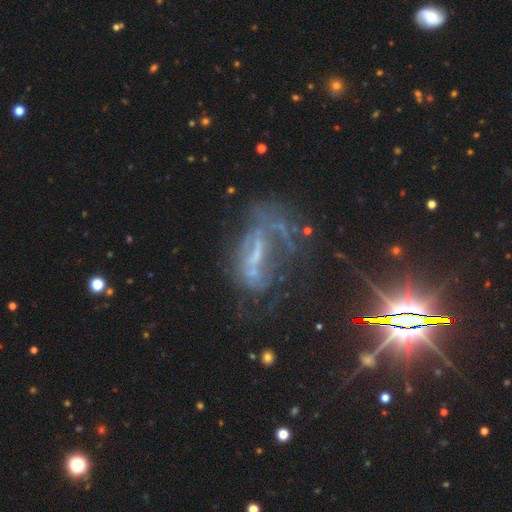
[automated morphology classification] featured or disk 57%, star or artifact 28%, smooth 15%. Down the decision tree: edge-on disk — no (83%); merging — major disturbance (42%).